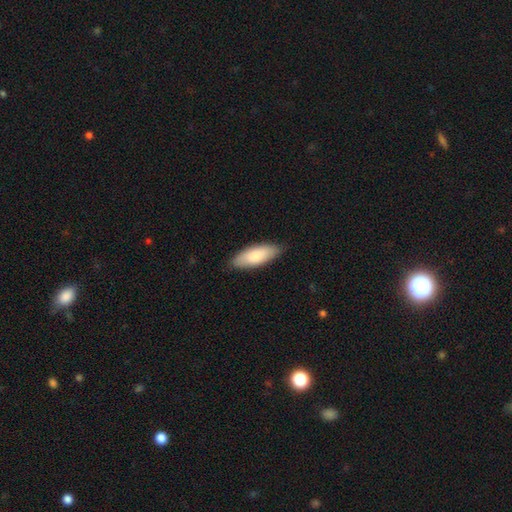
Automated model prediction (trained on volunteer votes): Smooth or featured? Predicted: smooth (p=0.83). How rounded? Predicted: in between (p=0.72). Merging? Predicted: none (p=0.84).